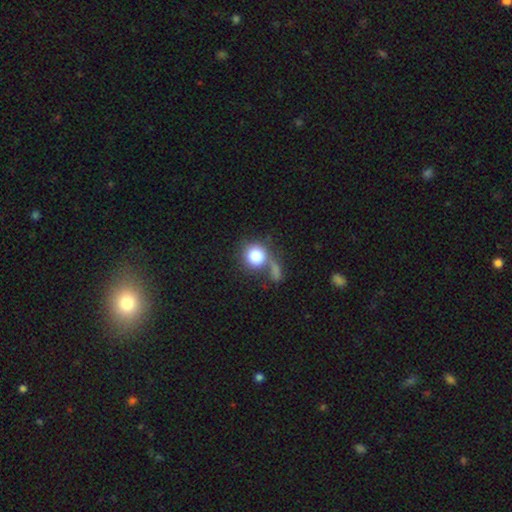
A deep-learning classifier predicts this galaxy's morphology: This appears to be a smooth galaxy with no disk features (81%) that is round (87%). Merging: none (40%).